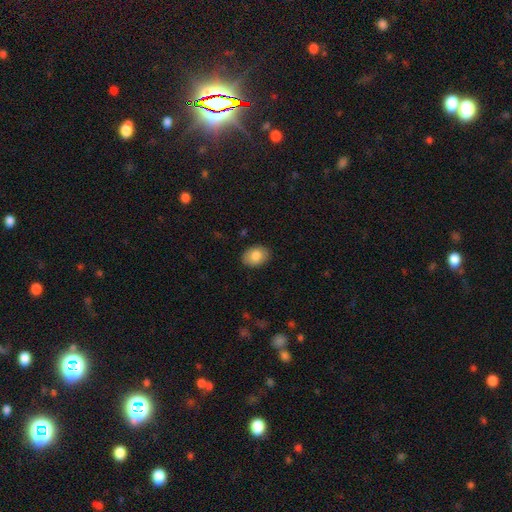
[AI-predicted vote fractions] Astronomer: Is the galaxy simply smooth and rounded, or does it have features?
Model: smooth — 81%.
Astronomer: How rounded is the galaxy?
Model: in between — 71%.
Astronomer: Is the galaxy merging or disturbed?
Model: none — 88%.